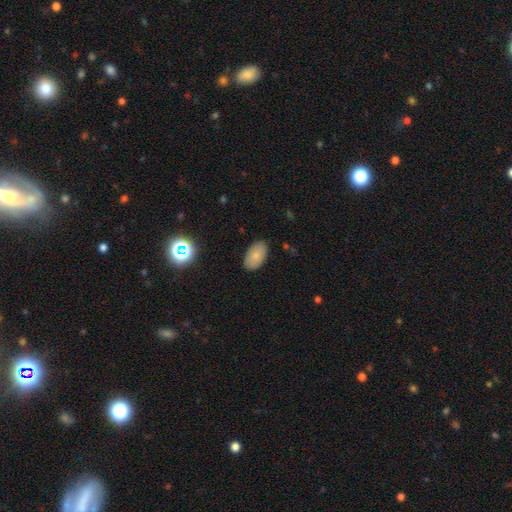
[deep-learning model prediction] smooth 81%, featured or disk 10%, star or artifact 9%. Down the decision tree: how rounded — in between (93%); merging — none (86%).